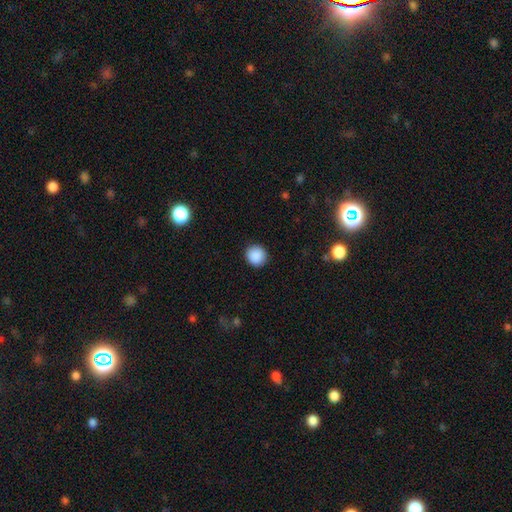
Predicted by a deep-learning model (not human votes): Smooth or featured? Predicted: smooth (p=0.89). How rounded? Predicted: round (p=0.93). Merging? Predicted: none (p=0.92).